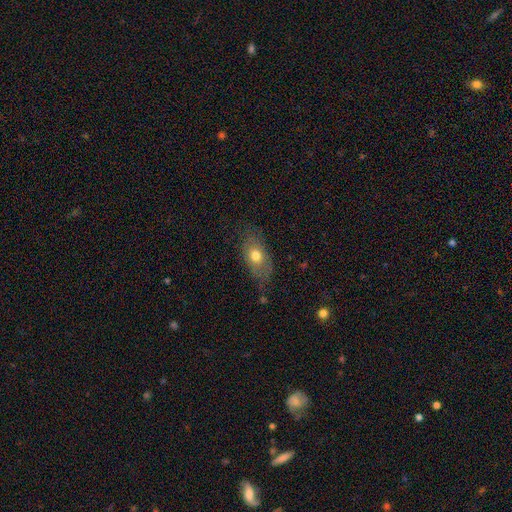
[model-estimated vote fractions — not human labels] The model was most divided on "merging": none: 65%, minor disturbance: 24%, major disturbance: 9%, merger: 2%. More confident: how rounded — in between (83%); smooth or featured — smooth (66%).